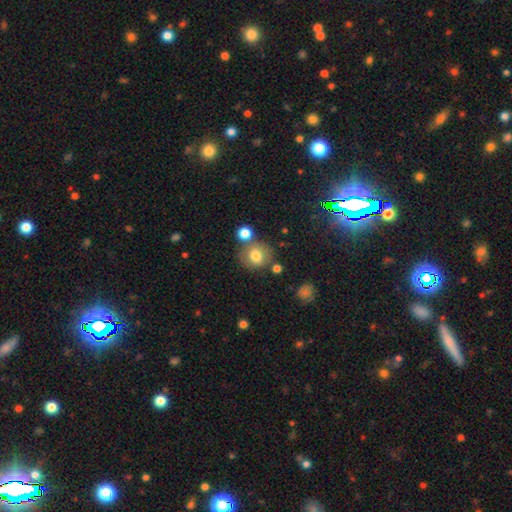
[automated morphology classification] smooth-or-featured: smooth: 74% | featured or disk: 14% | star or artifact: 12%
  how-rounded: round: 79% | in between: 20% | cigar-shaped: 1%
  merging: none: 68% | merger: 14% | minor disturbance: 13% | major disturbance: 5%